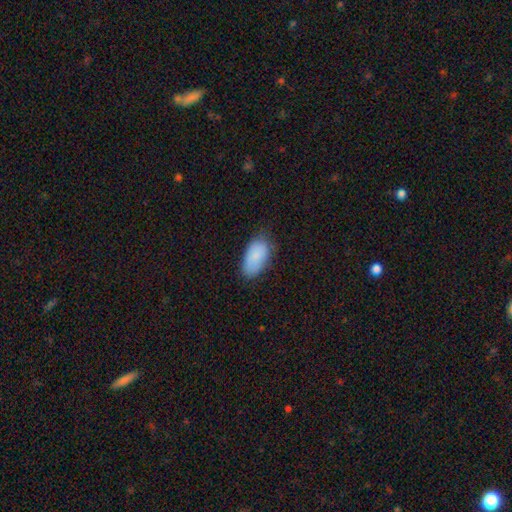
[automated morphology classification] Smooth or featured: smooth — 86% (featured or disk — 7%)
How rounded: in between — 94% (round — 3%)
Merging: none — 69% (minor disturbance — 24%)